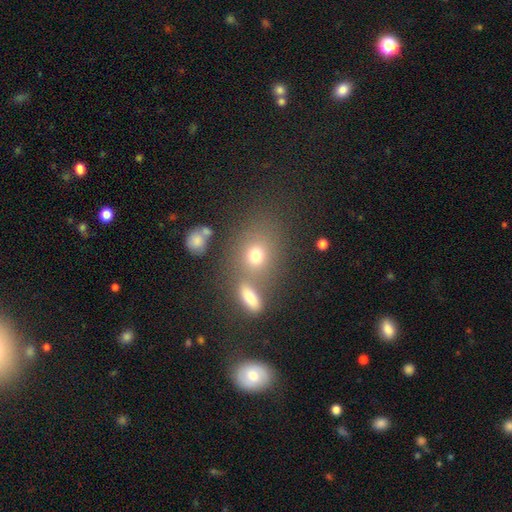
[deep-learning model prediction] smooth_or_featured: smooth (p=0.71) [alt: star or artifact p=0.16]
how_rounded: round (p=0.56) [alt: in between p=0.42]
merging: none (p=0.55) [alt: merger p=0.28]